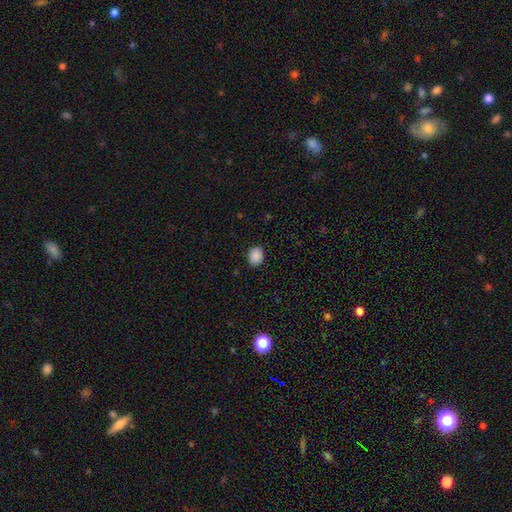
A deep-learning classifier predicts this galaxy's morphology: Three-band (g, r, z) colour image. It shows a smooth galaxy with no disk features (88%) that is in between round and cigar-shaped (56%). Merging: none (85%).